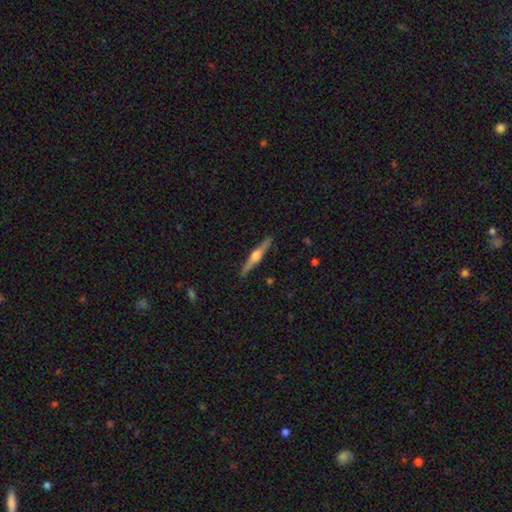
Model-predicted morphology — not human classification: Smooth or featured? Predicted: featured or disk (p=0.75). Edge-on disk? Predicted: yes (p=0.98). Edge-on bulge? Predicted: rounded (p=0.91). Merging? Predicted: none (p=0.91).